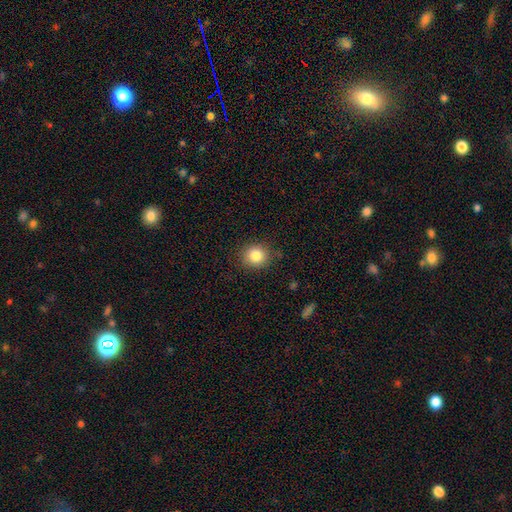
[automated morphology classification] This is clearly a smooth galaxy (83%). How rounded: clearly round (85%). Merging: clearly none (87%).